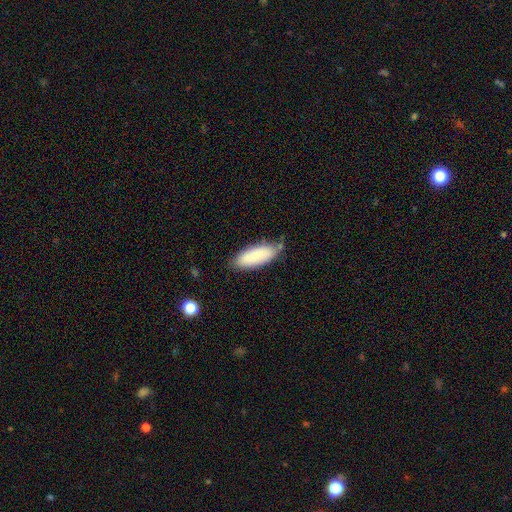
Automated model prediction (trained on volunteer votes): This appears to be a smooth galaxy with no disk features (84%) that is in between round and cigar-shaped (75%). Merging: none (71%).